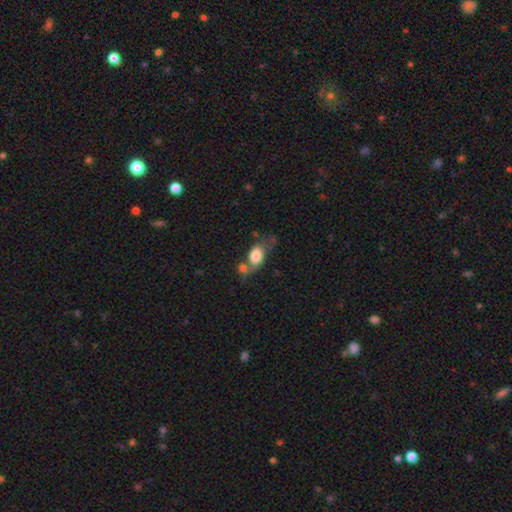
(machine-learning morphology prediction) Smooth or featured?
  - smooth: 78% *
  - featured or disk: 14%
  - star or artifact: 8%
How rounded?
  - in between: 83% *
  - round: 14%
  - cigar-shaped: 3%
Merging?
  - merger: 35% *
  - none: 34%
  - minor disturbance: 19%
  - major disturbance: 12%